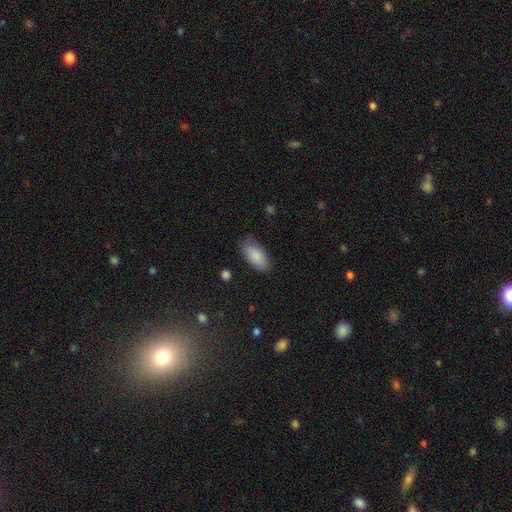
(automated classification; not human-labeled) smooth-or-featured: smooth: 88% | featured or disk: 6% | star or artifact: 6%
  how-rounded: in between: 90% | cigar-shaped: 8% | round: 2%
  merging: none: 79% | minor disturbance: 16% | major disturbance: 3% | merger: 1%